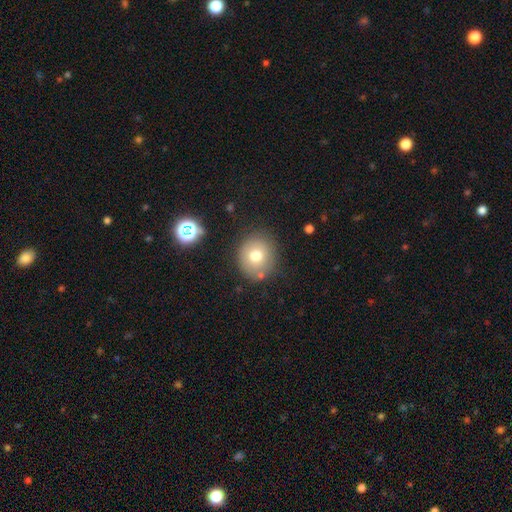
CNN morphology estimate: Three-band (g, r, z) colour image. It shows a smooth galaxy with no disk features (73%) that is round (83%). Merging: none (80%).